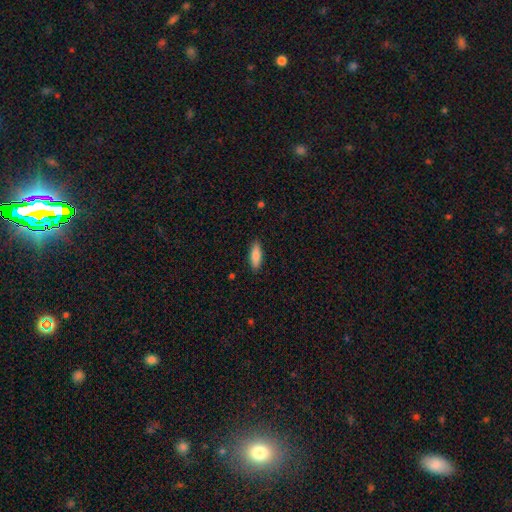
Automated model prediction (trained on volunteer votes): A smooth galaxy with no disk features (85%) that is in between round and cigar-shaped (59%). Merging: none (88%).